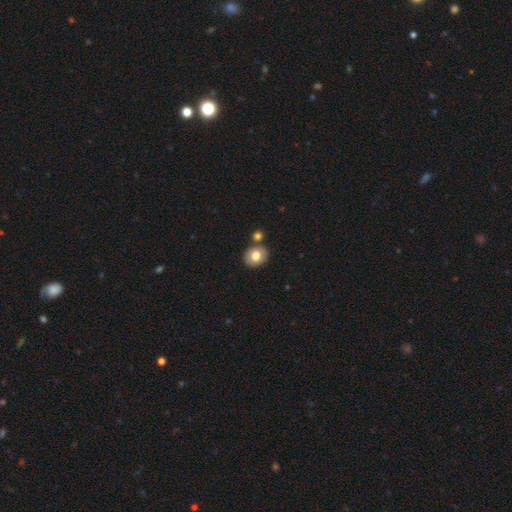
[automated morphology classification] smooth-or-featured: smooth: 75% | featured or disk: 17% | star or artifact: 8%
  how-rounded: round: 62% | in between: 37% | cigar-shaped: 1%
  merging: none: 75% | merger: 13% | minor disturbance: 10% | major disturbance: 3%